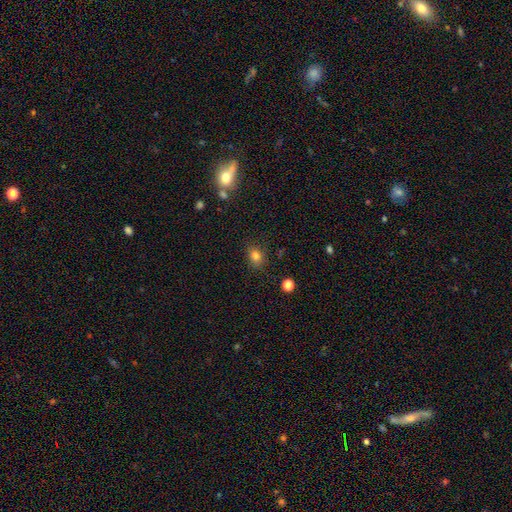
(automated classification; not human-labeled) Smooth or featured: smooth — 79% (star or artifact — 14%)
How rounded: in between — 52% (round — 46%)
Merging: none — 84% (minor disturbance — 11%)